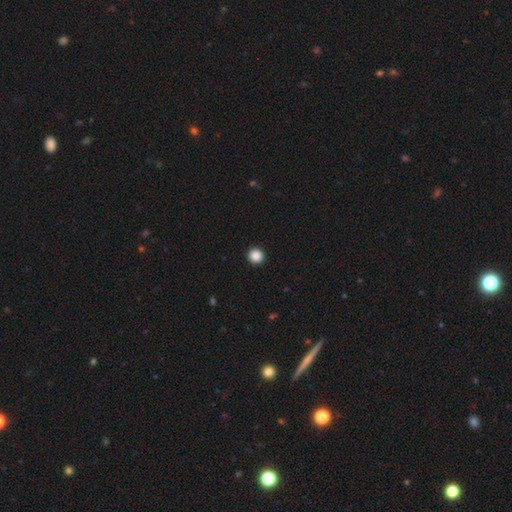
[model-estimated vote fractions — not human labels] smooth 88%, star or artifact 10%, featured or disk 2%. Down the decision tree: how rounded — round (95%); merging — none (94%).